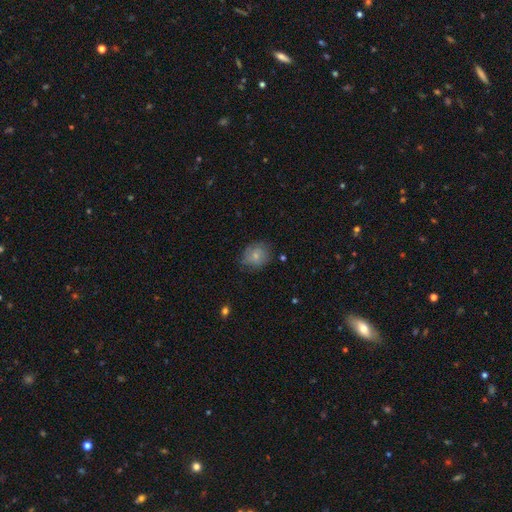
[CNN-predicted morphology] Smooth or featured: smooth — 75% (featured or disk — 16%)
How rounded: round — 63% (in between — 36%)
Merging: none — 67% (minor disturbance — 25%)